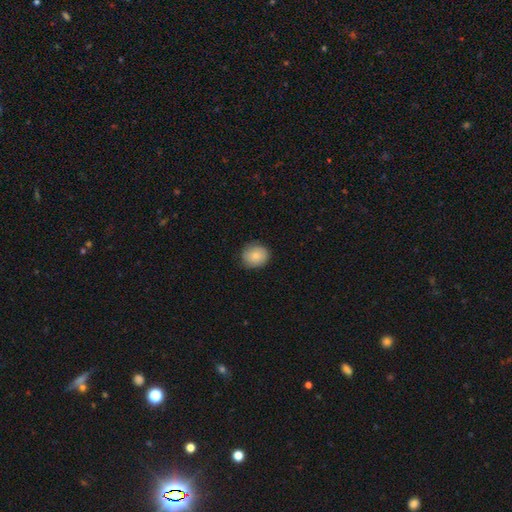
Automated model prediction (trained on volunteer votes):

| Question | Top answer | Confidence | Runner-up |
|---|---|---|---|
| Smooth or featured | smooth | 83% | featured or disk (10%) |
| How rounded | round | 78% | in between (21%) |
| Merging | none | 82% | minor disturbance (15%) |